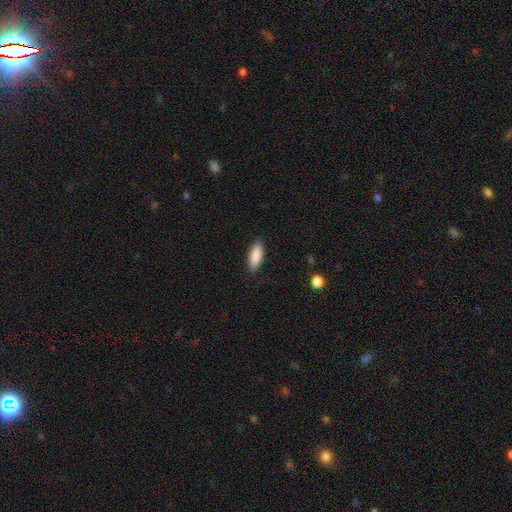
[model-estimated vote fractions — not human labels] Overall: smooth (89%). How rounded: in between (75%). Merging: none (87%).